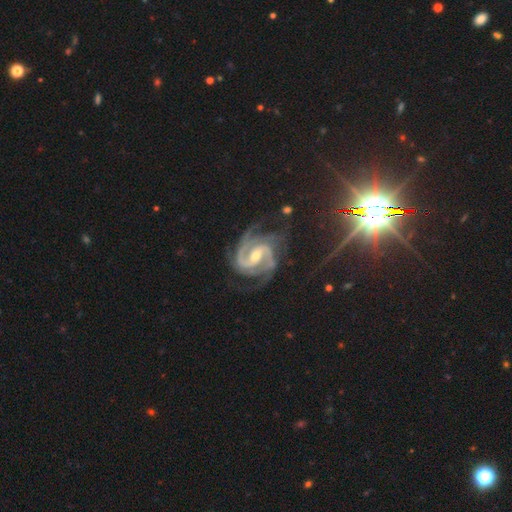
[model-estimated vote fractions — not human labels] Smooth or featured? featured or disk (93%)
Edge-on disk? no (98%)
Bar? weak (42%)
Spiral arms? yes (99%)
Spiral winding? medium (52%)
Spiral arm count? 2 (62%)
Bulge size? moderate (56%)
Merging? none (69%)